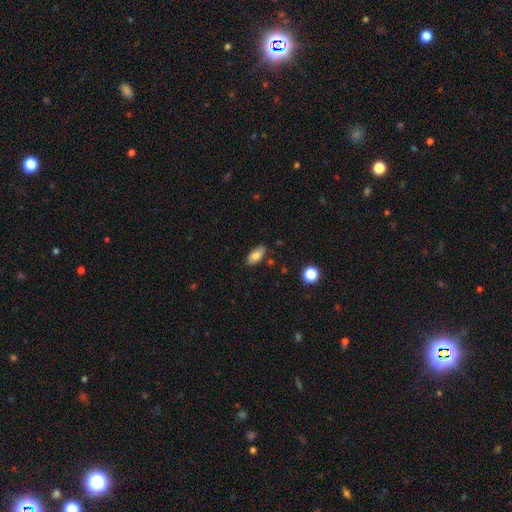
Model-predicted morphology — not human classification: This is clearly a smooth galaxy (81%). How rounded: clearly in between (89%). Merging: clearly none (81%).